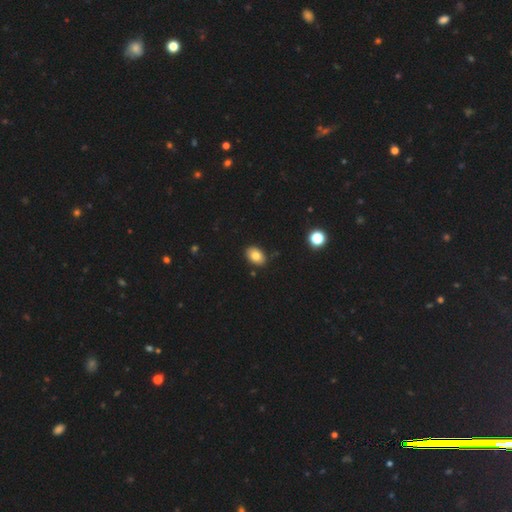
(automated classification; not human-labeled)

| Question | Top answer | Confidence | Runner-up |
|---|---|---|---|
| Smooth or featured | smooth | 83% | star or artifact (9%) |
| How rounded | in between | 84% | round (15%) |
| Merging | none | 88% | minor disturbance (8%) |